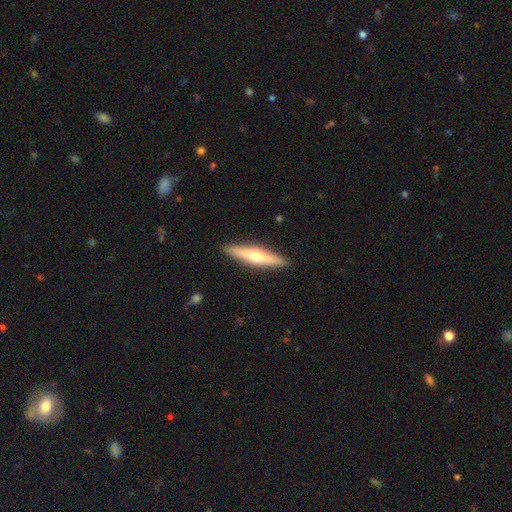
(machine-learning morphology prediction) Smooth or featured?
  - featured or disk: 50% *
  - smooth: 45%
  - star or artifact: 5%
Edge-on disk?
  - yes: 93% *
  - no: 7%
Merging?
  - none: 90% *
  - minor disturbance: 7%
  - major disturbance: 2%
  - merger: 1%